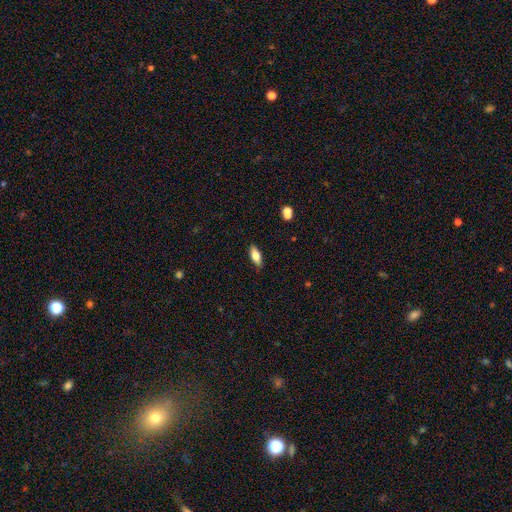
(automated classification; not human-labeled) smooth_or_featured: smooth (p=0.71) [alt: featured or disk p=0.22]
how_rounded: in between (p=0.74) [alt: cigar-shaped p=0.24]
merging: none (p=0.86) [alt: minor disturbance p=0.11]